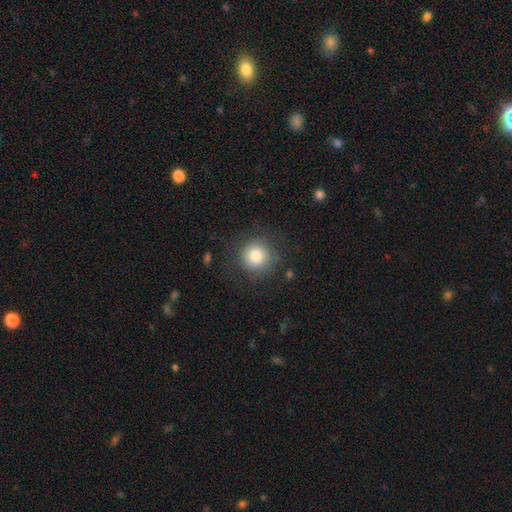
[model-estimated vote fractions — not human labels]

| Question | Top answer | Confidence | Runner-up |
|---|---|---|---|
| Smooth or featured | smooth | 81% | featured or disk (10%) |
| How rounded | round | 93% | in between (6%) |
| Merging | none | 79% | minor disturbance (13%) |